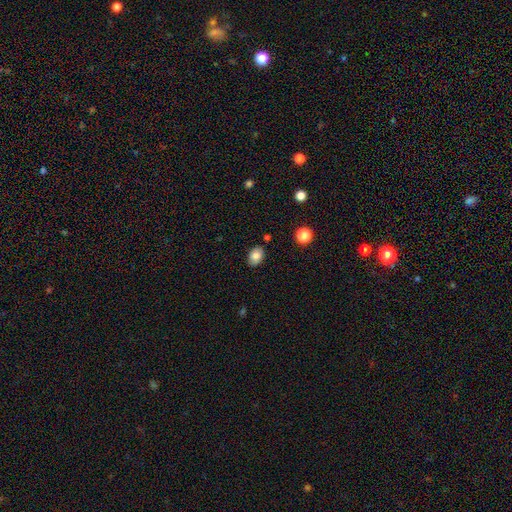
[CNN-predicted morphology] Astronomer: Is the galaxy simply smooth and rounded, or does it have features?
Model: smooth — 81%.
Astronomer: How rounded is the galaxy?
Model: in between — 80%.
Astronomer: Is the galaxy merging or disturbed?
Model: none — 85%.